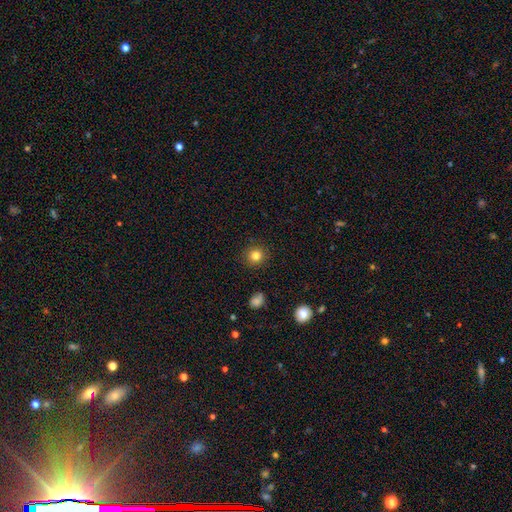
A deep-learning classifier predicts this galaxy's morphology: A smooth galaxy with no disk features (82%) that is round (90%).

Vote fractions:
- Smooth or featured? smooth: 82% / star or artifact: 12% / featured or disk: 6%
- How rounded? round: 90% / in between: 9% / cigar-shaped: 1%
- Merging? none: 91% / minor disturbance: 6% / major disturbance: 2% / merger: 1%